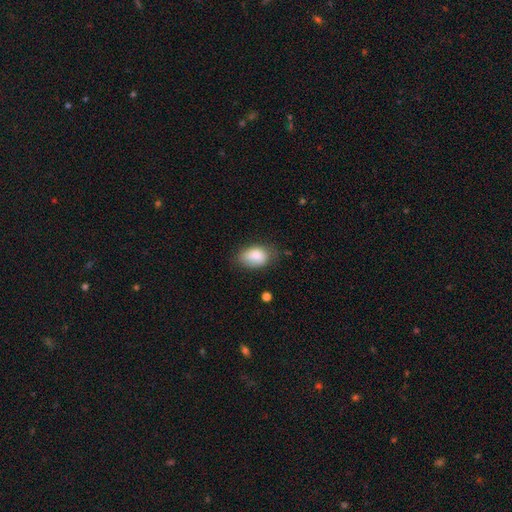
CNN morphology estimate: Smooth or featured?
  - smooth: 86% *
  - featured or disk: 7%
  - star or artifact: 7%
How rounded?
  - in between: 87% *
  - round: 11%
  - cigar-shaped: 1%
Merging?
  - none: 64% *
  - minor disturbance: 27%
  - major disturbance: 7%
  - merger: 2%